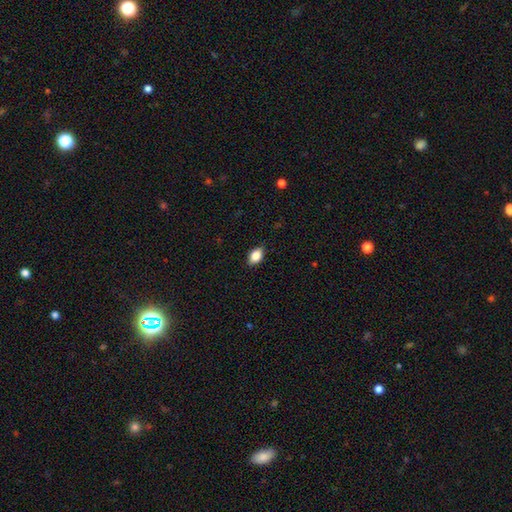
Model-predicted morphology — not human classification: type=smooth (84%); roundness=in between (87%); merging=none (86%).